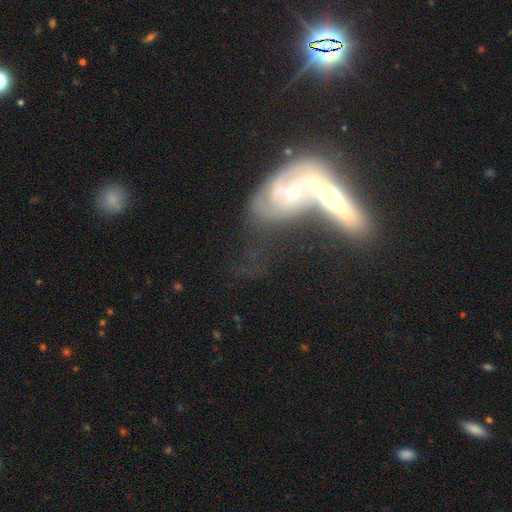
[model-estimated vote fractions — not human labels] featured or disk 72%, smooth 19%, star or artifact 8%. Down the decision tree: edge-on disk — no (80%); bar — no (64%); spiral arms — yes (83%); bulge size — moderate (51%); merging — merger (59%).